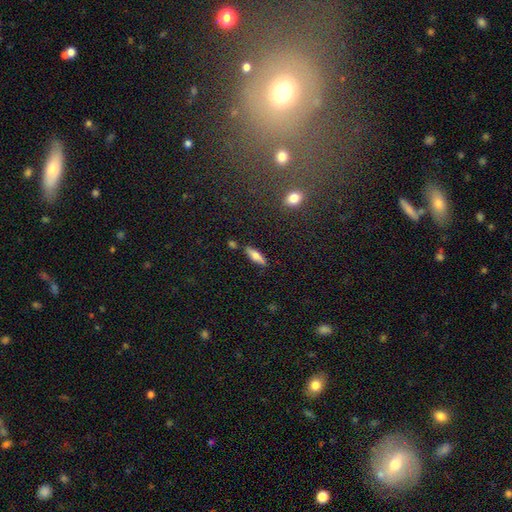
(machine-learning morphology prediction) Q: Smooth or featured?
A: smooth (65%); runner-up: featured or disk (27%)
Q: How rounded?
A: cigar-shaped (58%); runner-up: in between (40%)
Q: Merging?
A: none (82%); runner-up: minor disturbance (11%)